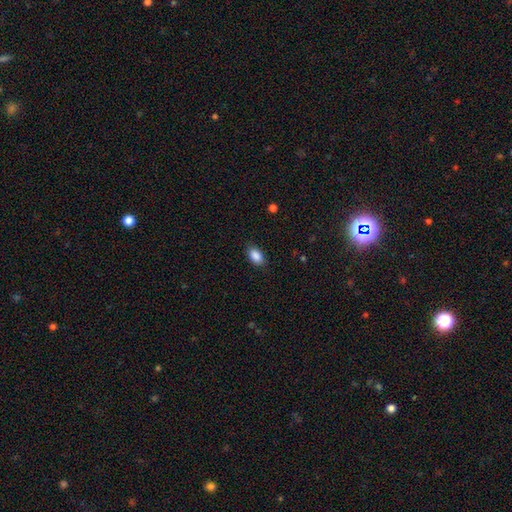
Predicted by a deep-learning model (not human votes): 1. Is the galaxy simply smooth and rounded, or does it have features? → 89% smooth, 8% star or artifact, 4% featured or disk.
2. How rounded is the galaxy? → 91% in between, 7% round, 2% cigar-shaped.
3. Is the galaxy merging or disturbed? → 85% none, 11% minor disturbance, 3% major disturbance, 1% merger.